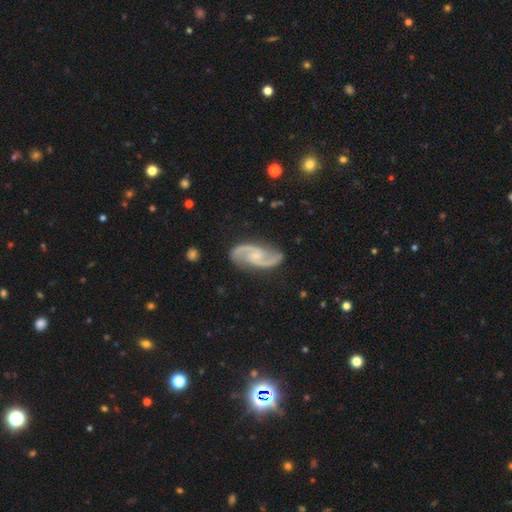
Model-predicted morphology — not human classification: The model was most divided on "bar": no: 52%, weak: 38%, strong: 9%. More confident: spiral arms — yes (98%); edge-on disk — no (97%); spiral arm count — 2 (94%); smooth or featured — featured or disk (91%); merging — none (83%); bulge size — small (60%); spiral winding — medium (55%).